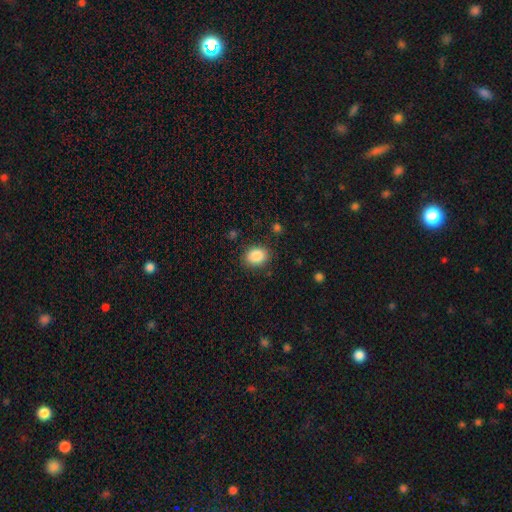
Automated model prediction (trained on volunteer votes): Morphology: type=smooth (88%); roundness=in between (64%); merging=none (86%).